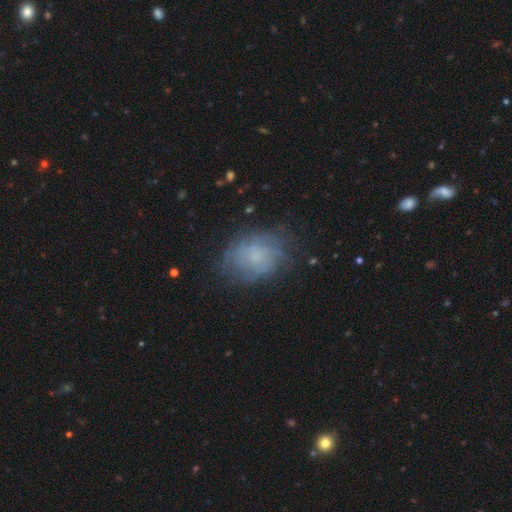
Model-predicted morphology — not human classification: This is possibly a featured or disk galaxy (46%). Merging: likely none (66%).